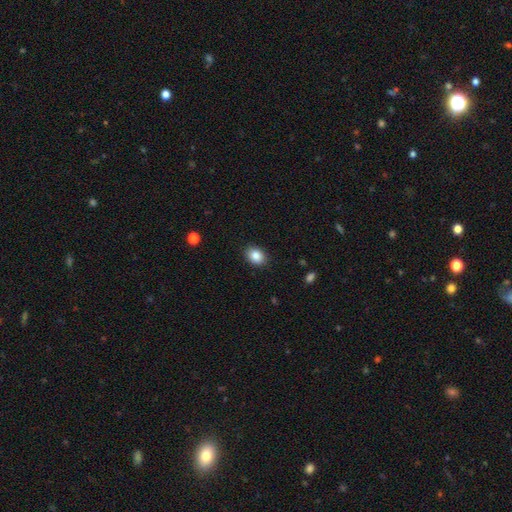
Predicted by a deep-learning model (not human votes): smooth-or-featured: smooth: 87% | star or artifact: 9% | featured or disk: 5%
  how-rounded: in between: 62% | round: 37% | cigar-shaped: 1%
  merging: none: 89% | minor disturbance: 8% | major disturbance: 2% | merger: 1%